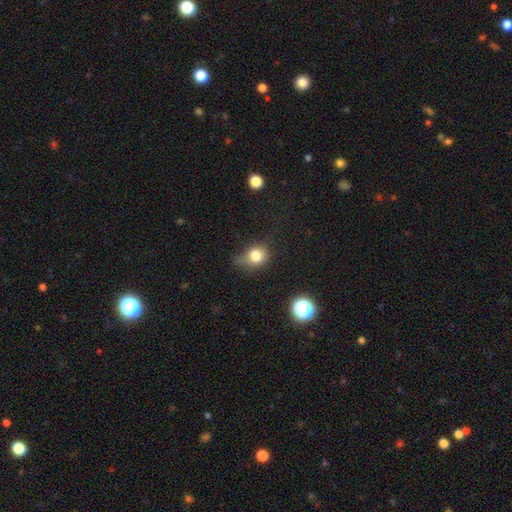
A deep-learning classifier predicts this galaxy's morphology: smooth-or-featured: smooth: 79% | star or artifact: 12% | featured or disk: 9%
  how-rounded: round: 66% | in between: 33% | cigar-shaped: 1%
  merging: none: 47% | minor disturbance: 36% | major disturbance: 14% | merger: 3%